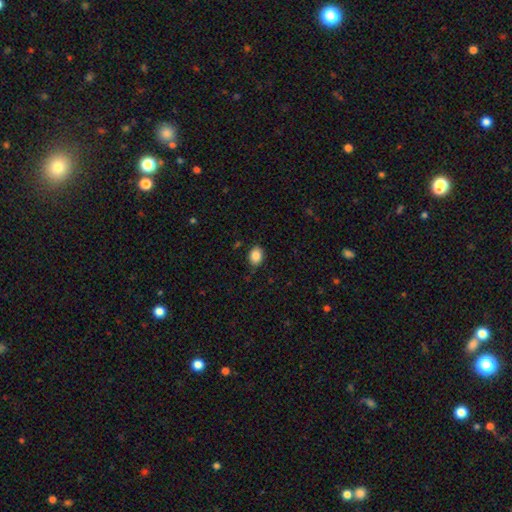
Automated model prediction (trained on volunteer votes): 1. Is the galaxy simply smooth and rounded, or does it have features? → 87% smooth, 9% star or artifact, 4% featured or disk.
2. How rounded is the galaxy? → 66% in between, 33% round, 1% cigar-shaped.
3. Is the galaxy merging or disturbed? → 83% none, 13% minor disturbance, 3% major disturbance, 1% merger.